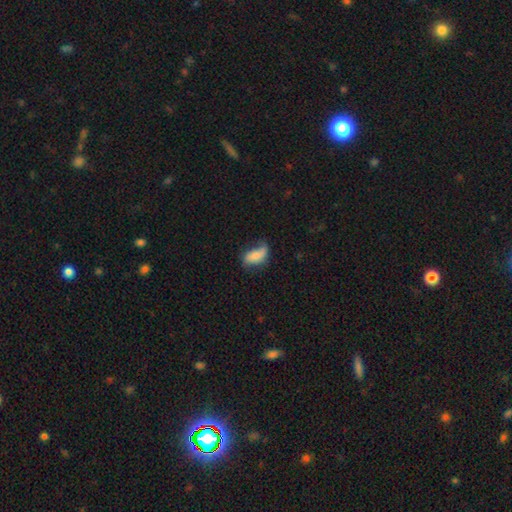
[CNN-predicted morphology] smooth-or-featured: smooth: 58% | featured or disk: 34% | star or artifact: 8%
  how-rounded: in between: 87% | cigar-shaped: 9% | round: 4%
  merging: none: 44% | minor disturbance: 35% | major disturbance: 18% | merger: 3%